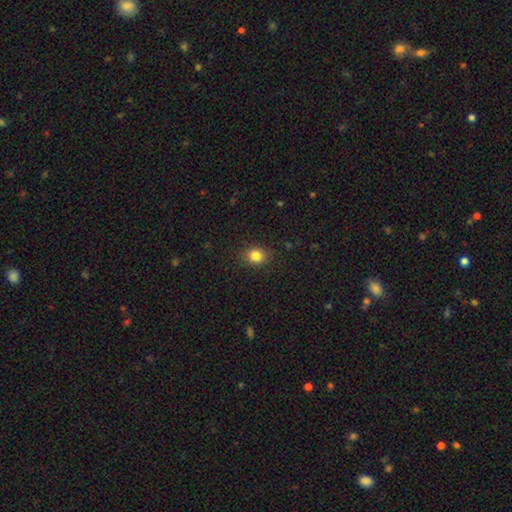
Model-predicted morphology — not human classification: A smooth galaxy with no disk features (84%) that is round (70%). Merging: none (88%).